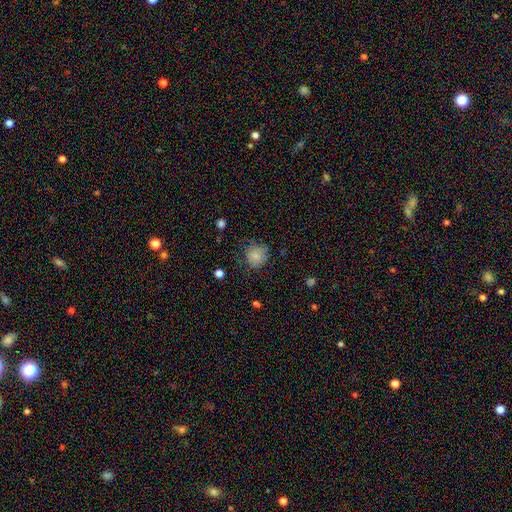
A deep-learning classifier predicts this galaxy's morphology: This is clearly a smooth galaxy (83%). How rounded: clearly round (87%). Merging: likely none (71%).